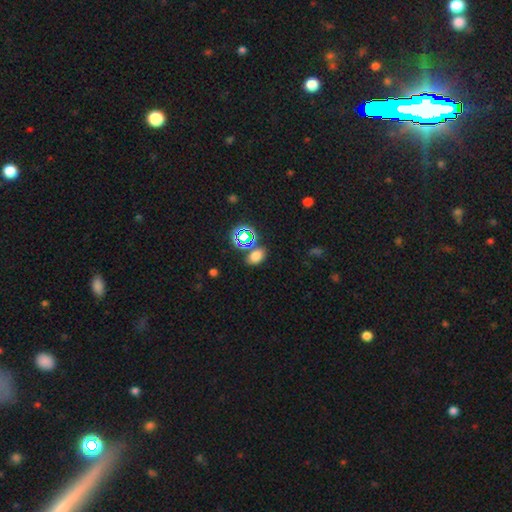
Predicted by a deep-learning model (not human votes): A smooth galaxy with no disk features (68%) that is in between round and cigar-shaped (76%). Merging: none (72%).